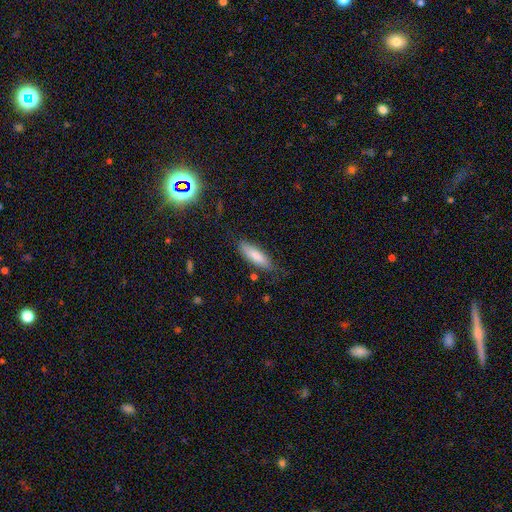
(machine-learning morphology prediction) Smooth or featured? Predicted: smooth (p=0.79). How rounded? Predicted: in between (p=0.52). Merging? Predicted: none (p=0.75).